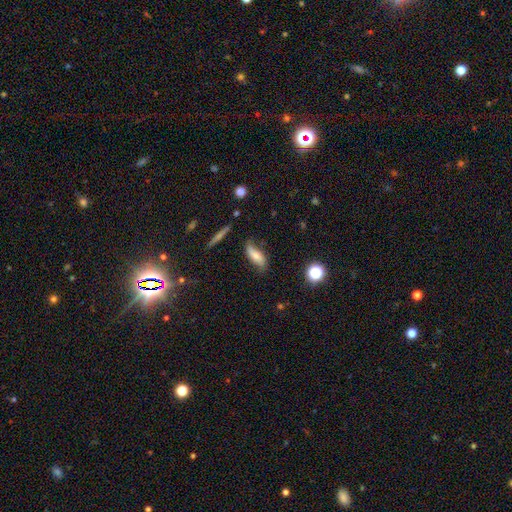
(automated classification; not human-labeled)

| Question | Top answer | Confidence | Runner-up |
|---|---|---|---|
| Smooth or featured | smooth | 56% | featured or disk (35%) |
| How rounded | in between | 68% | cigar-shaped (29%) |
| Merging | none | 63% | minor disturbance (27%) |